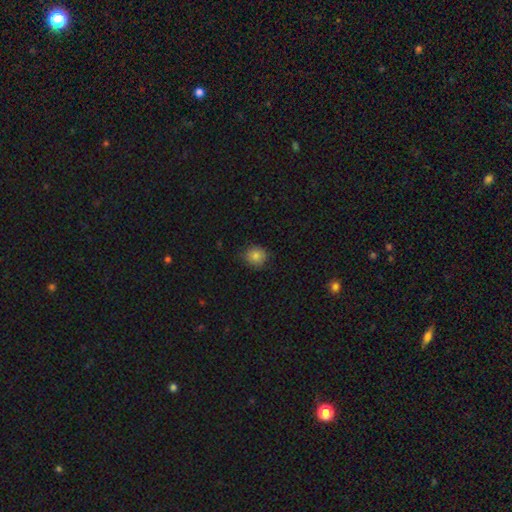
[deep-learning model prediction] A smooth galaxy with no disk features (83%) that is round (79%).

Vote fractions:
- Smooth or featured? smooth: 83% / star or artifact: 11% / featured or disk: 6%
- How rounded? round: 79% / in between: 20% / cigar-shaped: 1%
- Merging? none: 81% / minor disturbance: 15% / major disturbance: 3% / merger: 1%